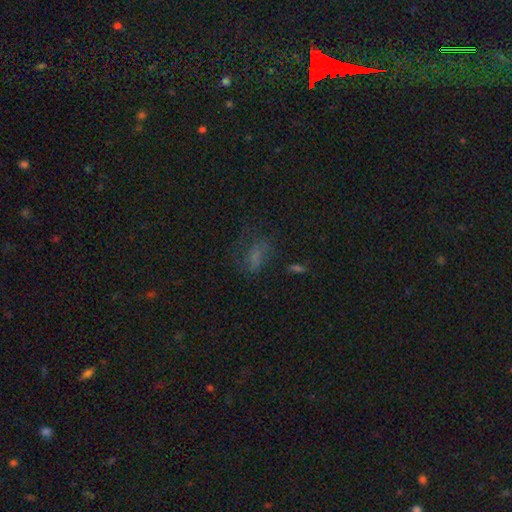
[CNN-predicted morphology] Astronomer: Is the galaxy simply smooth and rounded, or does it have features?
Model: smooth — 52%.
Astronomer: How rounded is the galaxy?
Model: in between — 76%.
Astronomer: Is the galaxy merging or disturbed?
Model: none — 43% (runner-up: major disturbance, 31%).